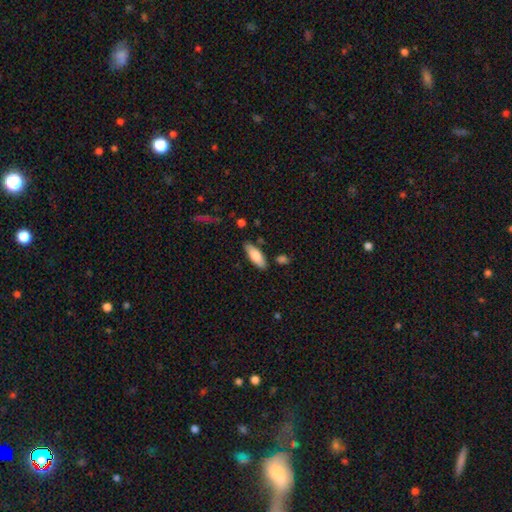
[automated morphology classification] A smooth galaxy with no disk features (80%) that is in between round and cigar-shaped (70%).

Vote fractions:
- Smooth or featured? smooth: 80% / featured or disk: 14% / star or artifact: 6%
- How rounded? in between: 70% / cigar-shaped: 28% / round: 2%
- Merging? none: 81% / minor disturbance: 13% / merger: 4% / major disturbance: 2%